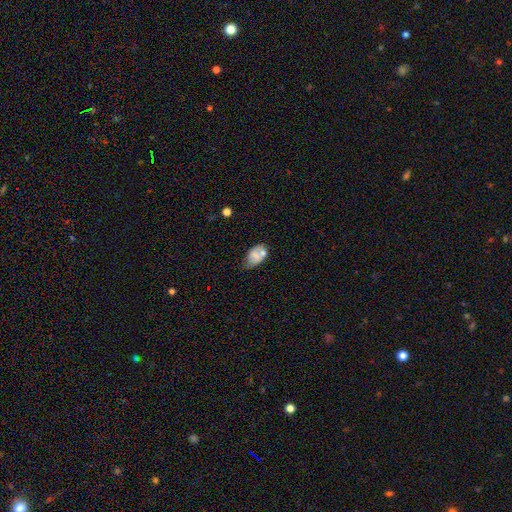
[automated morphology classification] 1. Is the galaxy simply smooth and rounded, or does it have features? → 62% smooth, 29% featured or disk, 9% star or artifact.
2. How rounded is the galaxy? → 88% in between, 11% round, 2% cigar-shaped.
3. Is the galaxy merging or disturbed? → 48% none, 28% minor disturbance, 16% merger, 8% major disturbance.